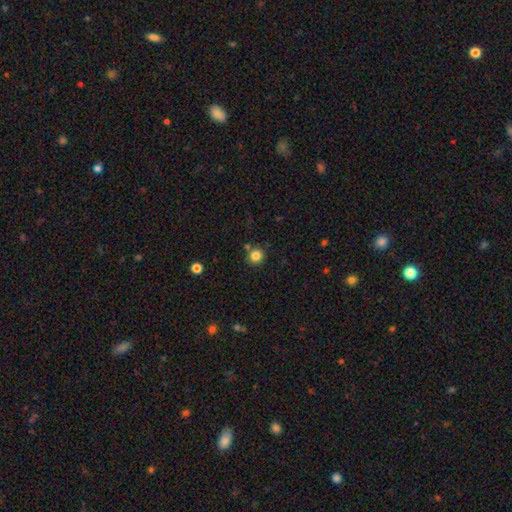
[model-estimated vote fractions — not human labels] Morphology: type=smooth (83%); roundness=round (92%); merging=none (79%).